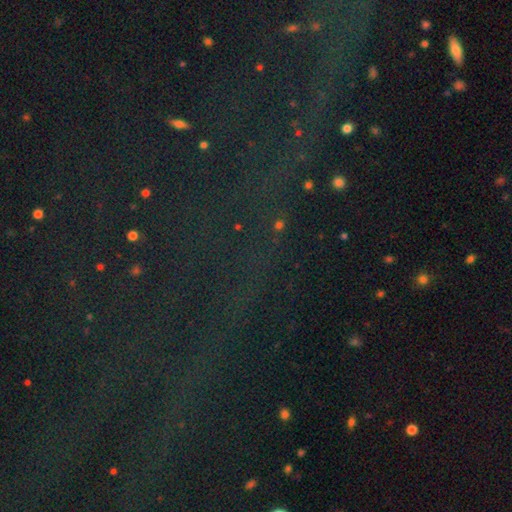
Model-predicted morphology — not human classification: Smooth or featured? star or artifact (80%)